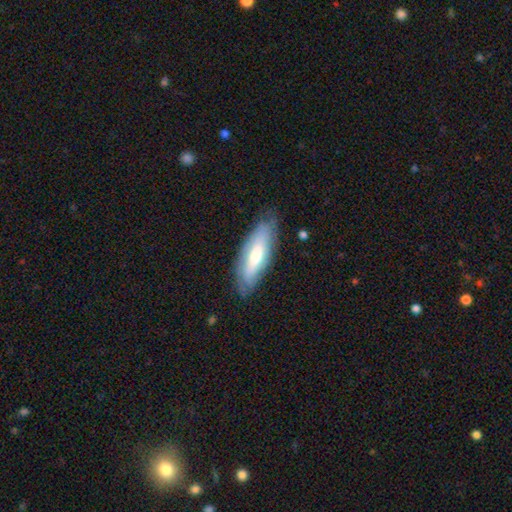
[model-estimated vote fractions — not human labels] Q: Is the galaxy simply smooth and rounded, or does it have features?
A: smooth — 50%.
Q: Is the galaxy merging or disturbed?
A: none — 82%.